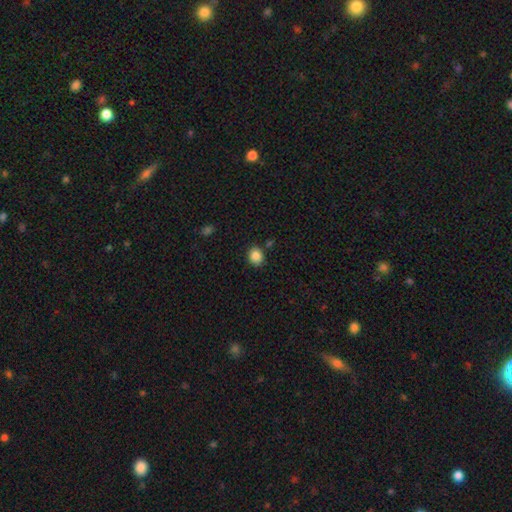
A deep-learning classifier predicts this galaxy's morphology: Smooth or featured? smooth (86%)
How rounded? round (65%)
Merging? none (83%)